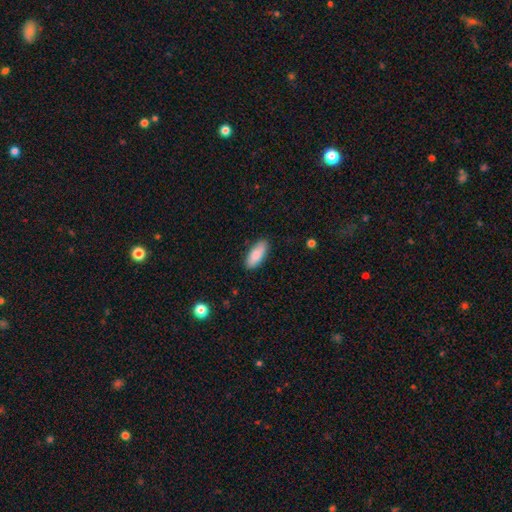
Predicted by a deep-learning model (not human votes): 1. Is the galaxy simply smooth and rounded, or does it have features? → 86% smooth, 8% featured or disk, 6% star or artifact.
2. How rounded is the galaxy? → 80% in between, 18% cigar-shaped, 2% round.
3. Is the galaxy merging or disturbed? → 87% none, 10% minor disturbance, 2% major disturbance, 1% merger.